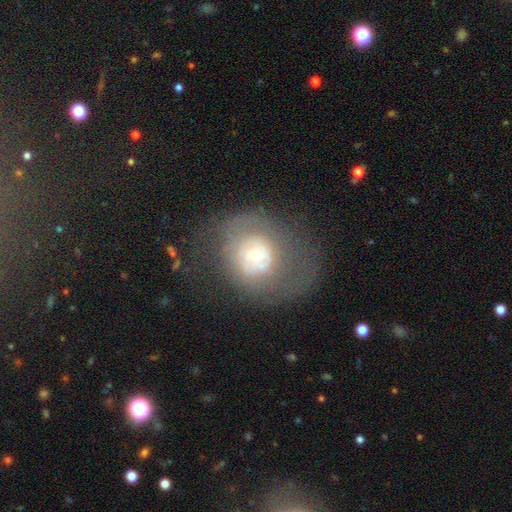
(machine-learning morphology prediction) featured or disk 54%, smooth 37%, star or artifact 9%. Down the decision tree: edge-on disk — no (96%); bar — no (78%); spiral arms — no (51%); bulge size — small (50%); merging — none (42%).